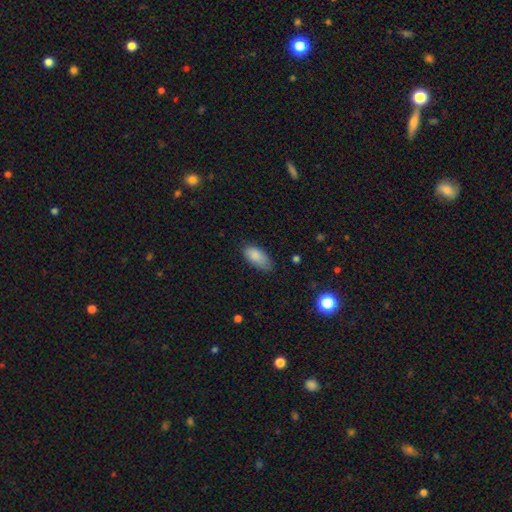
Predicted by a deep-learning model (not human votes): Morphology: type=smooth (86%); roundness=in between (91%); merging=none (68%).